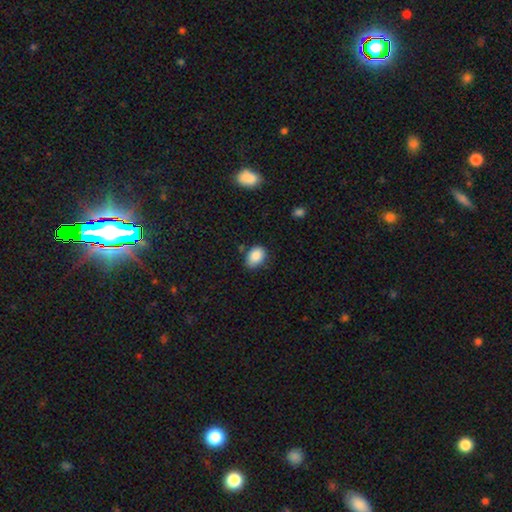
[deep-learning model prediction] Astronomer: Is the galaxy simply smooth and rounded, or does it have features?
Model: smooth — 87%.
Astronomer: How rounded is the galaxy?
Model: in between — 79%.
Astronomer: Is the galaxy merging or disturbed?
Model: none — 72%.